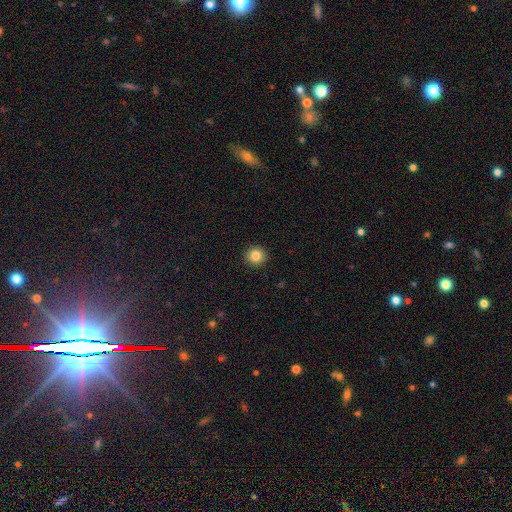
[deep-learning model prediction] A smooth galaxy with no disk features (85%) that is round (94%). Merging: none (93%).